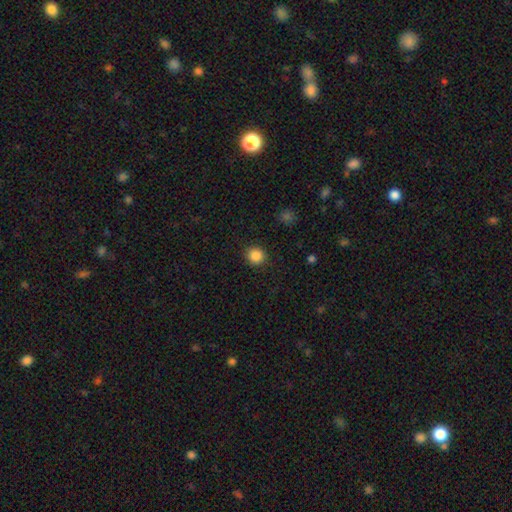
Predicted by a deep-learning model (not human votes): The model was most divided on "smooth or featured": smooth: 86%, star or artifact: 10%, featured or disk: 4%. More confident: merging — none (91%); how rounded — round (89%).